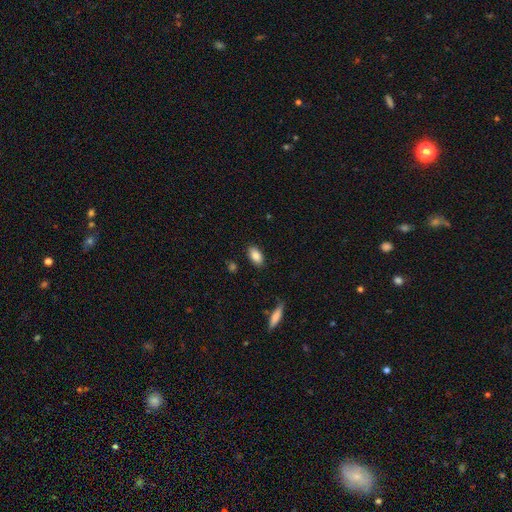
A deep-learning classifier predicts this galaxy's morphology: Overall: smooth (86%). How rounded: in between (91%). Merging: none (87%).